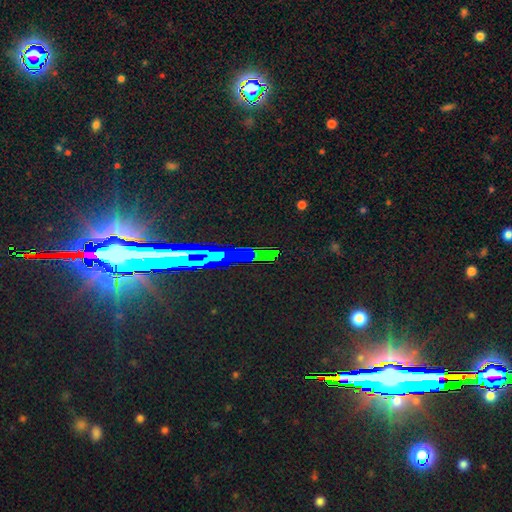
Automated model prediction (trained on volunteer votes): Smooth or featured?
  - star or artifact: 72% *
  - featured or disk: 15%
  - smooth: 13%